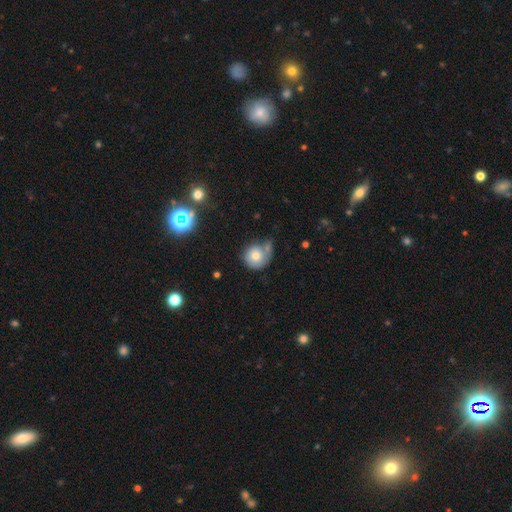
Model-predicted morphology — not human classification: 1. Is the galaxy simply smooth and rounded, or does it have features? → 74% smooth, 16% featured or disk, 10% star or artifact.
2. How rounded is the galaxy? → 88% round, 11% in between, 1% cigar-shaped.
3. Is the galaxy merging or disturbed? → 46% none, 24% merger, 21% minor disturbance, 10% major disturbance.